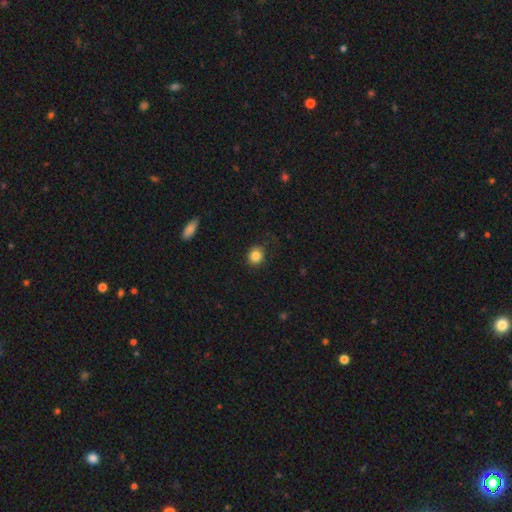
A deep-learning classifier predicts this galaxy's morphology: A smooth galaxy with no disk features (85%) that is round (80%). Merging: none (85%).